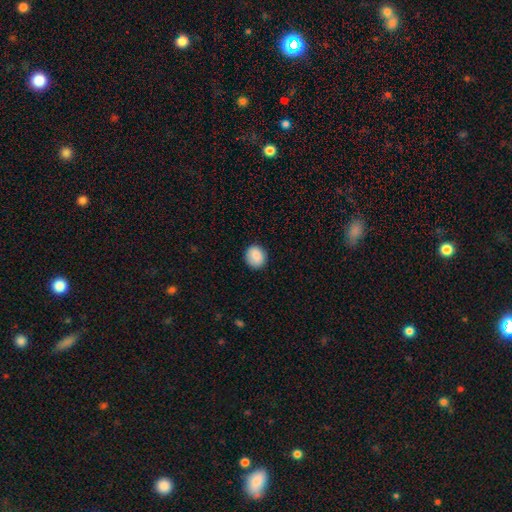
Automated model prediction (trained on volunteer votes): Smooth or featured?
  - smooth: 87% *
  - star or artifact: 8%
  - featured or disk: 5%
How rounded?
  - round: 81% *
  - in between: 19%
  - cigar-shaped: 1%
Merging?
  - none: 88% *
  - minor disturbance: 9%
  - major disturbance: 2%
  - merger: 1%